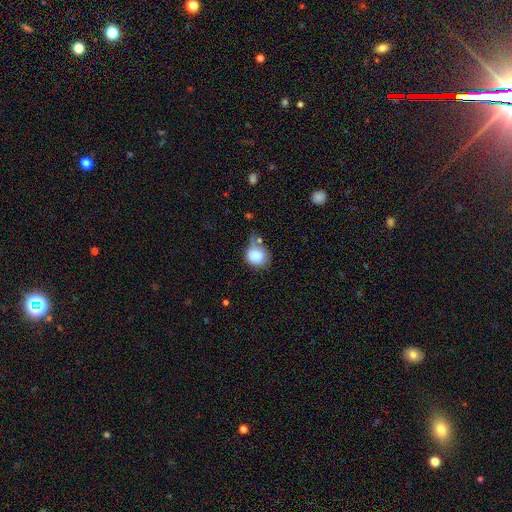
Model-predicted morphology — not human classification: type=smooth (85%); roundness=round (72%); merging=none (40%).